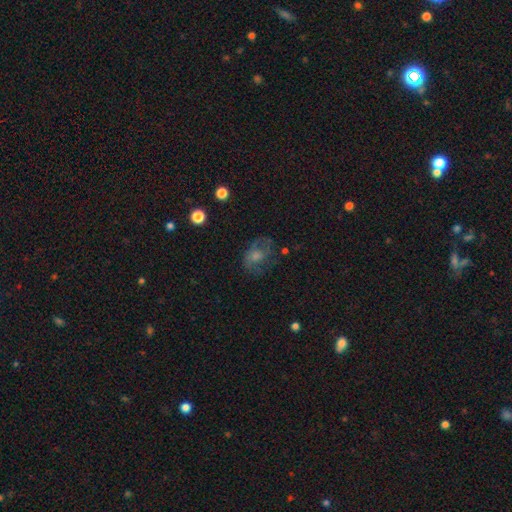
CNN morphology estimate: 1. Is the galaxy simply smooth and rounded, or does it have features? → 47% featured or disk, 34% smooth, 19% star or artifact.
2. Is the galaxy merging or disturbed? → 66% none, 20% minor disturbance, 13% major disturbance, 2% merger.